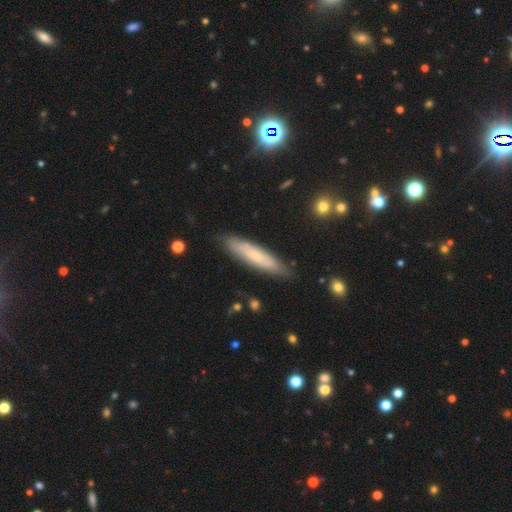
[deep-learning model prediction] The model was most divided on "smooth or featured": smooth: 59%, featured or disk: 34%, star or artifact: 6%. More confident: merging — none (86%); how rounded — cigar-shaped (85%).